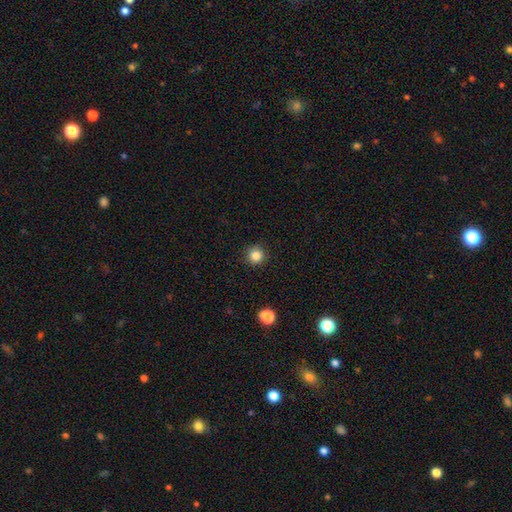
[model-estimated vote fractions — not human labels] smooth-or-featured: smooth: 84% | star or artifact: 12% | featured or disk: 4%
  how-rounded: round: 94% | in between: 5% | cigar-shaped: 1%
  merging: none: 91% | minor disturbance: 6% | major disturbance: 2% | merger: 1%